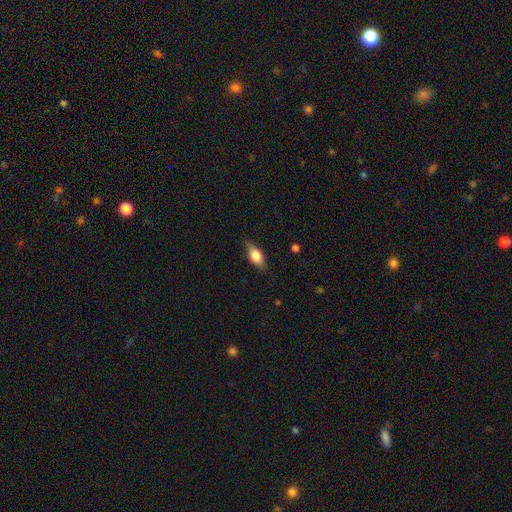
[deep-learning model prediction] A smooth galaxy with no disk features (64%) that is in between round and cigar-shaped (79%).

Vote fractions:
- Smooth or featured? smooth: 64% / featured or disk: 29% / star or artifact: 7%
- How rounded? in between: 79% / cigar-shaped: 14% / round: 7%
- Merging? none: 77% / minor disturbance: 17% / major disturbance: 4% / merger: 1%